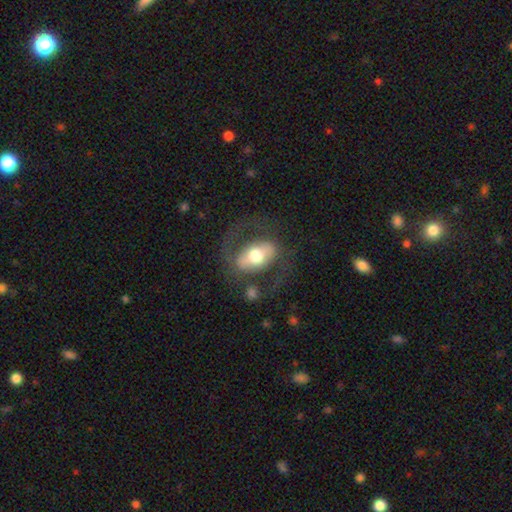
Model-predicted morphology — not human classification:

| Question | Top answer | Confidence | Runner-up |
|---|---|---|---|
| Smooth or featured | featured or disk | 59% | smooth (35%) |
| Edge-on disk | no | 91% | yes (9%) |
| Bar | strong | 41% | no (33%) |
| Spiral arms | yes | 52% | no (48%) |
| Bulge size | moderate | 59% | large (29%) |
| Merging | none | 62% | major disturbance (19%) |